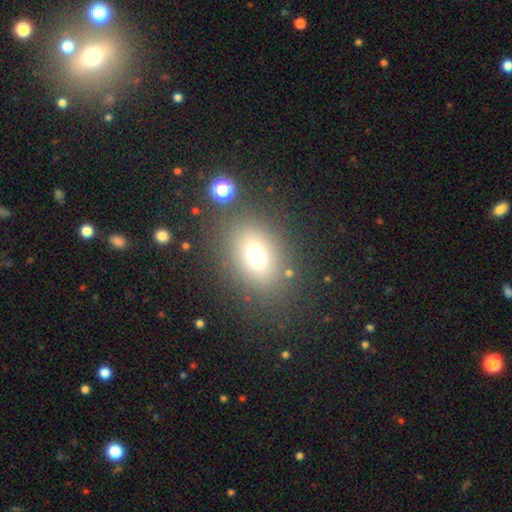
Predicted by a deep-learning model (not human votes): smooth 69%, star or artifact 17%, featured or disk 14%. Down the decision tree: how rounded — in between (60%); merging — none (81%).